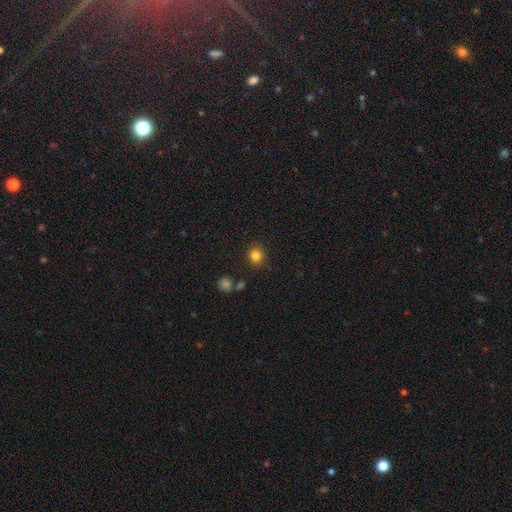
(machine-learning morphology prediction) The model was most divided on "how rounded": round: 85%, in between: 14%, cigar-shaped: 1%. More confident: merging — none (86%); smooth or featured — smooth (83%).